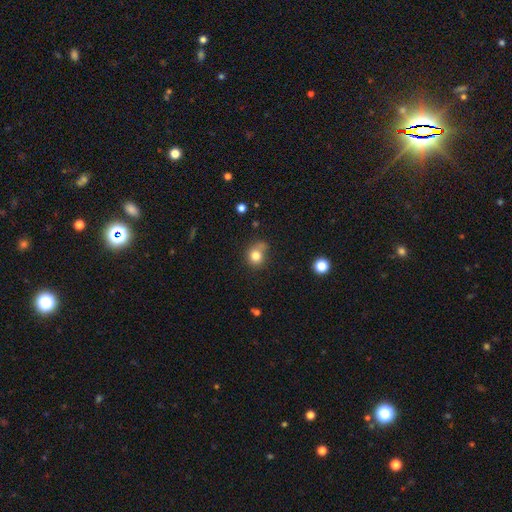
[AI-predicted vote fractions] This appears to be a smooth galaxy with no disk features (80%) that is round (77%). Merging: none (58%).